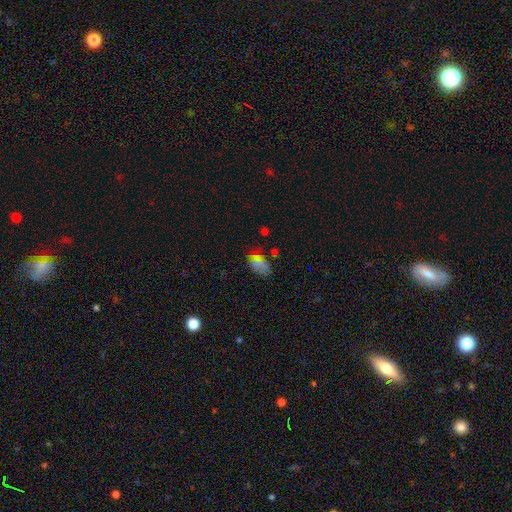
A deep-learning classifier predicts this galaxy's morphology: Smooth or featured? smooth (51%)
How rounded? in between (82%)
Merging? none (72%)